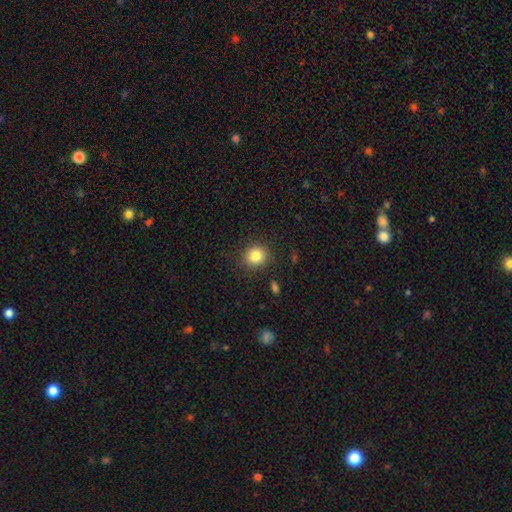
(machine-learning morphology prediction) This is clearly a smooth galaxy (83%). How rounded: clearly round (86%). Merging: clearly none (88%).